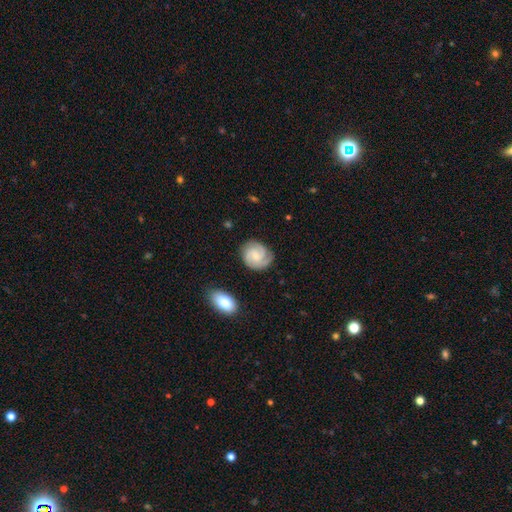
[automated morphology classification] smooth_or_featured: featured or disk (p=0.76) [alt: smooth p=0.18]
disk_edge_on: no (p=0.98) [alt: yes p=0.02]
bar: no (p=0.61) [alt: weak p=0.34]
has_spiral_arms: yes (p=0.96) [alt: no p=0.04]
spiral_winding: tight (p=0.57) [alt: medium p=0.35]
spiral_arm_count: 3 (p=0.41) [alt: 2 p=0.32]
bulge_size: small (p=0.58) [alt: moderate p=0.28]
merging: none (p=0.78) [alt: minor disturbance p=0.16]